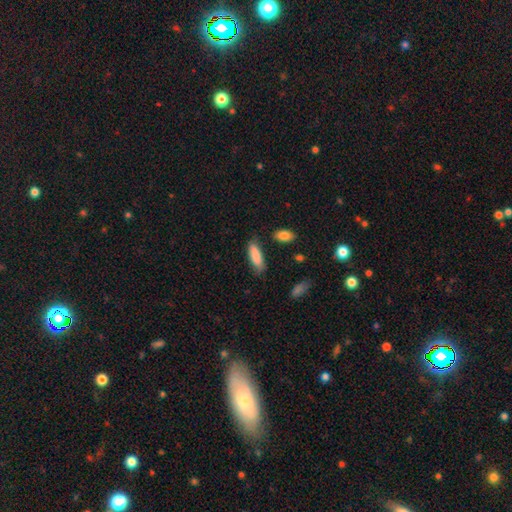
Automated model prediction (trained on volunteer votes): This appears to be a smooth galaxy with no disk features (86%) that is in between round and cigar-shaped (54%). Merging: none (73%).